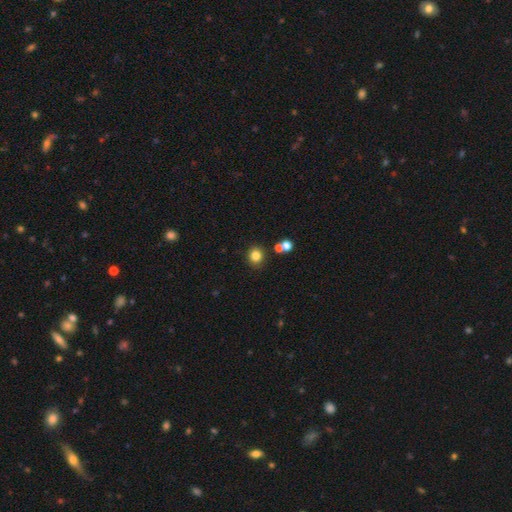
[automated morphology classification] type=smooth (82%); roundness=round (83%); merging=none (82%).